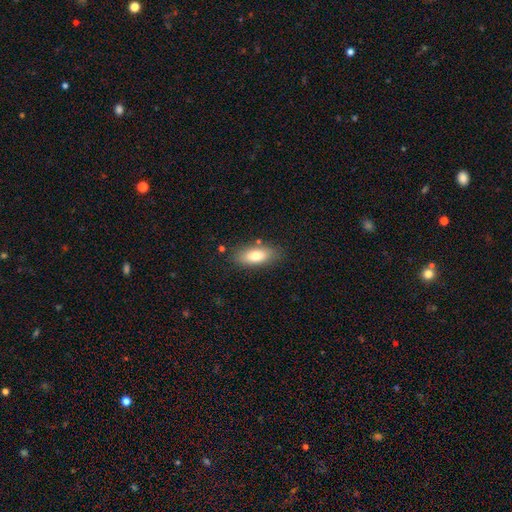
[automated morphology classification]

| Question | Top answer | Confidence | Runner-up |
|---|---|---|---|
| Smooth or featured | smooth | 78% | featured or disk (15%) |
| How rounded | in between | 83% | cigar-shaped (14%) |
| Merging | none | 80% | minor disturbance (13%) |